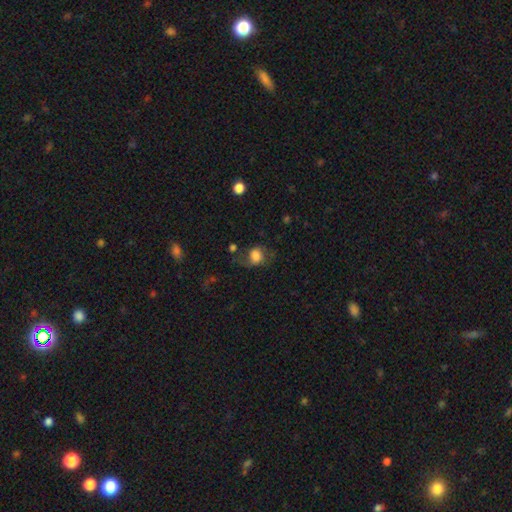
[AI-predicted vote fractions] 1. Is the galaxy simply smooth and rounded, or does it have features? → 69% smooth, 20% featured or disk, 10% star or artifact.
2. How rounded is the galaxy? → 60% round, 39% in between, 1% cigar-shaped.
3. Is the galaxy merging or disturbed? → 42% none, 29% major disturbance, 25% minor disturbance, 4% merger.